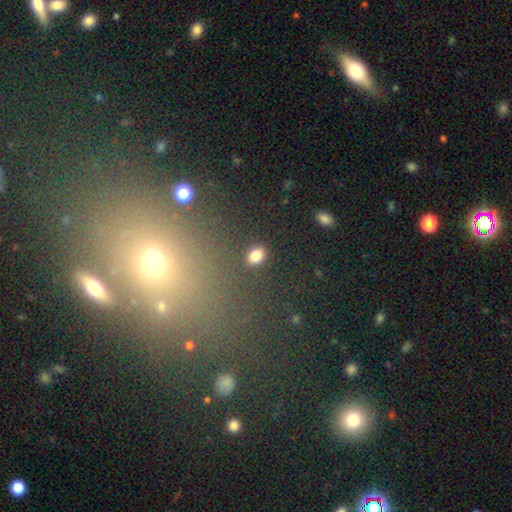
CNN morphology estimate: This is clearly a smooth galaxy (82%). How rounded: likely in between (62%). Merging: clearly none (88%).